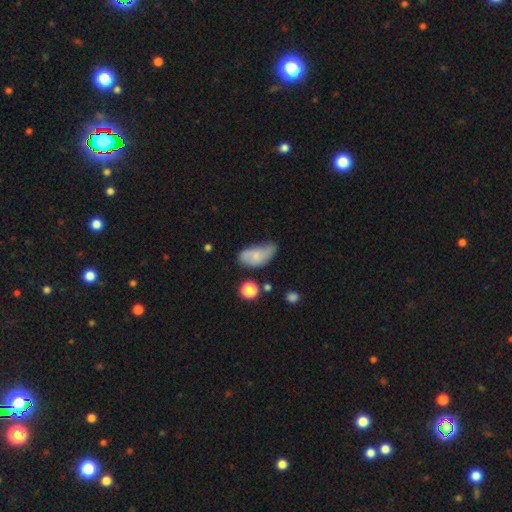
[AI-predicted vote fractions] Smooth or featured? Predicted: smooth (p=0.60). How rounded? Predicted: in between (p=0.90). Merging? Predicted: none (p=0.40).